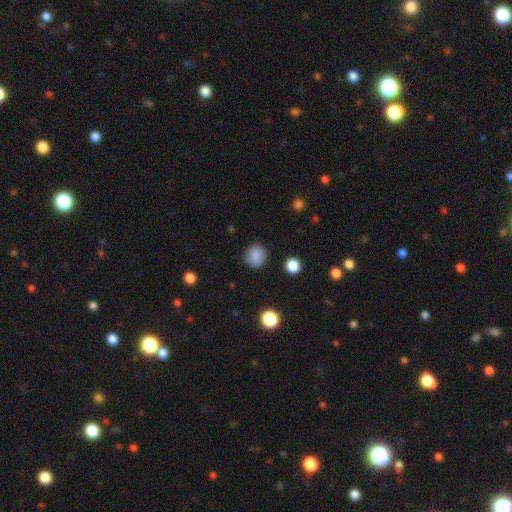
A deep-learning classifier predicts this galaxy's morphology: This is clearly a smooth galaxy (86%). How rounded: clearly round (81%). Merging: clearly none (86%).